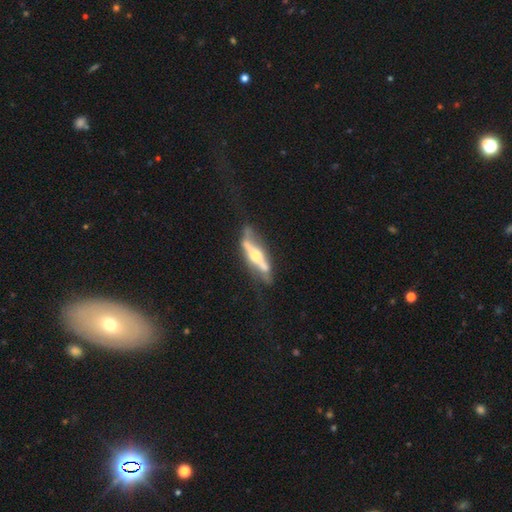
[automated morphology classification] Smooth or featured: featured or disk — 75% (smooth — 20%)
Edge-on disk: yes — 86% (no — 14%)
Edge-on bulge: rounded — 85% (boxy — 10%)
Merging: none — 57% (minor disturbance — 24%)